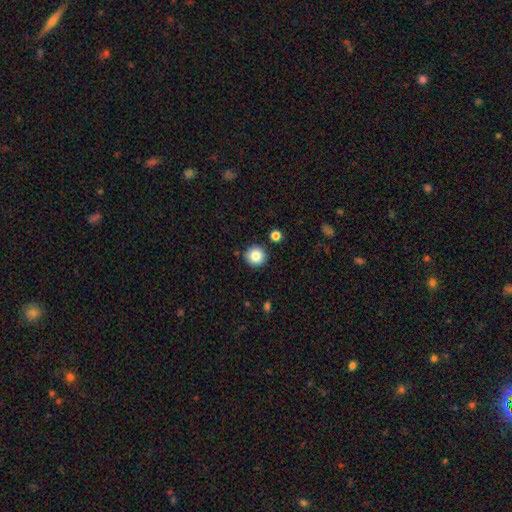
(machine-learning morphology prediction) smooth-or-featured: smooth: 84% | star or artifact: 10% | featured or disk: 6%
  how-rounded: round: 94% | in between: 5% | cigar-shaped: 1%
  merging: none: 89% | minor disturbance: 6% | merger: 3% | major disturbance: 2%